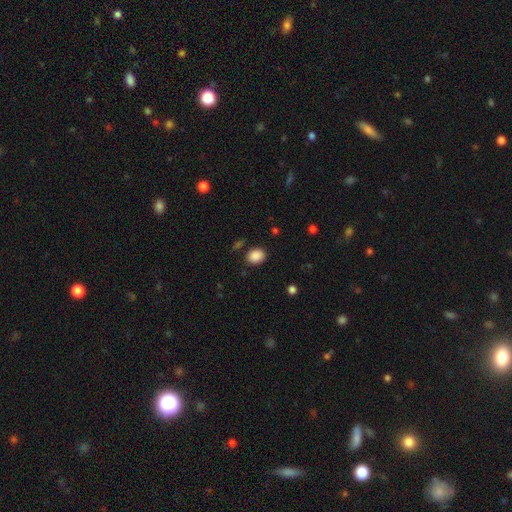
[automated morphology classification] Smooth or featured? Predicted: smooth (p=0.88). How rounded? Predicted: in between (p=0.50). Merging? Predicted: none (p=0.84).